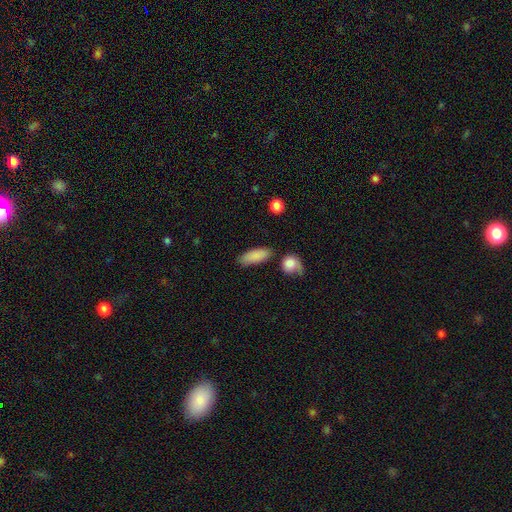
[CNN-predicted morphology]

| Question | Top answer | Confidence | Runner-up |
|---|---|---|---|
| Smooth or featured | smooth | 86% | featured or disk (7%) |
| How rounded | in between | 75% | cigar-shaped (21%) |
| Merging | none | 76% | minor disturbance (14%) |